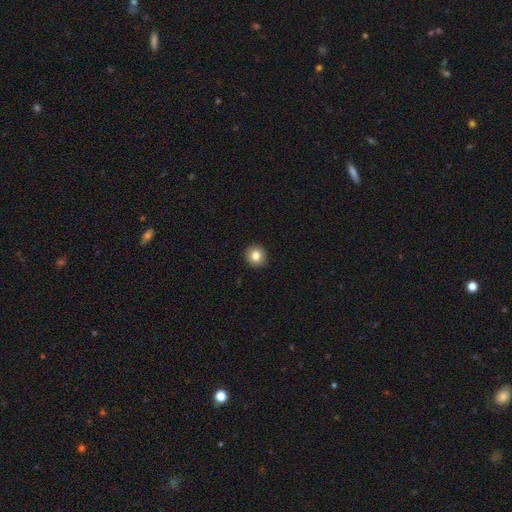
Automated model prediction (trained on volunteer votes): Smooth or featured? smooth (83%)
How rounded? round (88%)
Merging? none (92%)